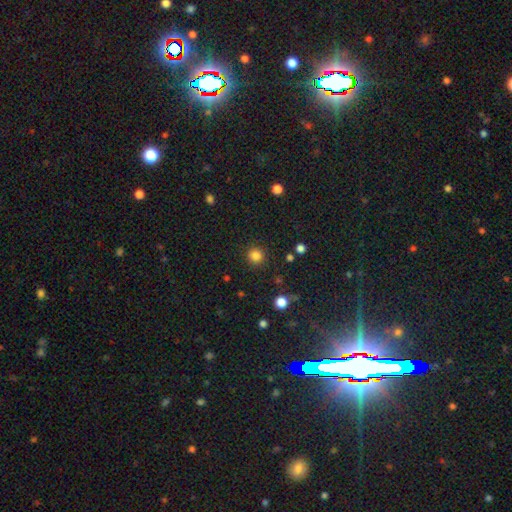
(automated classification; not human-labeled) Smooth or featured: smooth — 84% (star or artifact — 12%)
How rounded: round — 93% (in between — 6%)
Merging: none — 90% (minor disturbance — 6%)